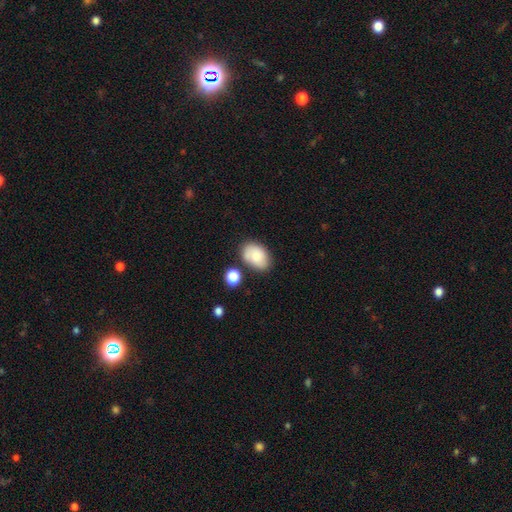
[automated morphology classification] type=smooth (76%); roundness=in between (86%); merging=none (66%).